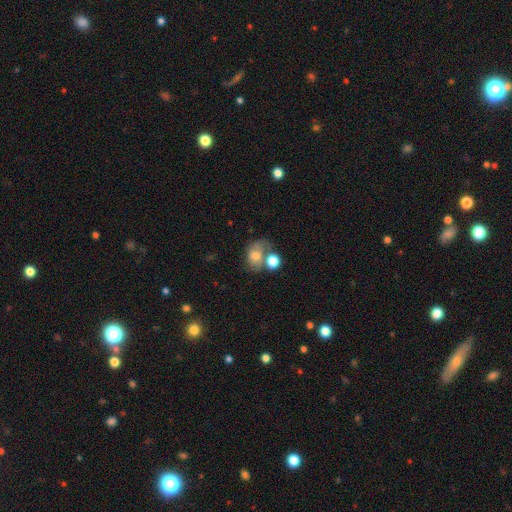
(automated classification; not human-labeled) Smooth or featured? smooth (62%)
How rounded? in between (59%)
Merging? merger (37%)